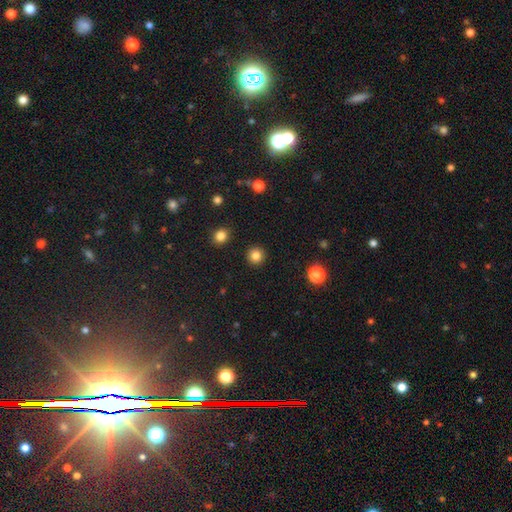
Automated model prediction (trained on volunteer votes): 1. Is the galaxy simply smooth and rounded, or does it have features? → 84% smooth, 12% star or artifact, 5% featured or disk.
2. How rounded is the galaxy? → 95% round, 4% in between, 1% cigar-shaped.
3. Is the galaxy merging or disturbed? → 93% none, 4% minor disturbance, 2% major disturbance, 1% merger.